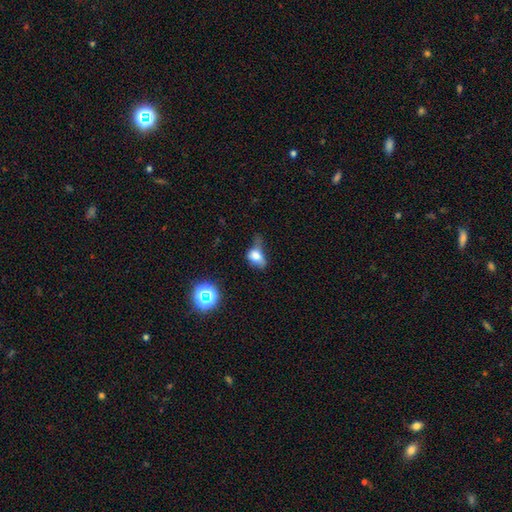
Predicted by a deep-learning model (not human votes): Smooth or featured? smooth (67%)
How rounded? in between (74%)
Merging? major disturbance (38%)